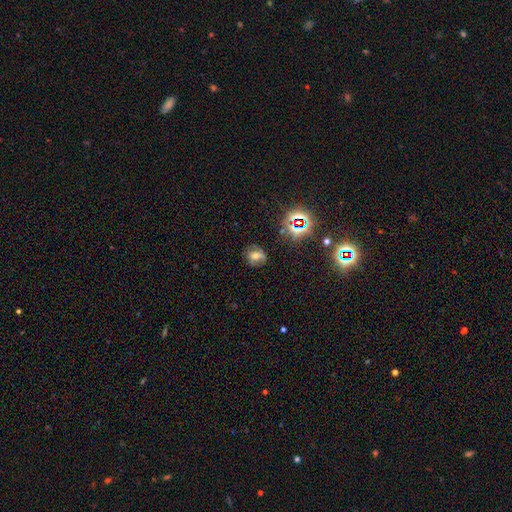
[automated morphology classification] Overall: smooth (41%; star or artifact 30%). Merging: none (74%).